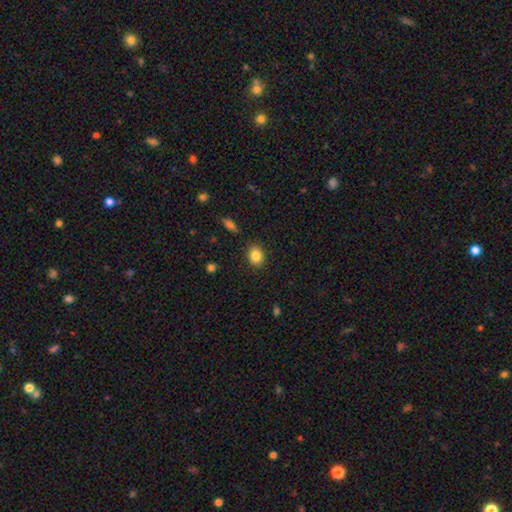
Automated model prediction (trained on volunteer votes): Q: Smooth or featured?
A: smooth (85%); runner-up: star or artifact (9%)
Q: How rounded?
A: in between (58%); runner-up: round (41%)
Q: Merging?
A: none (86%); runner-up: minor disturbance (10%)